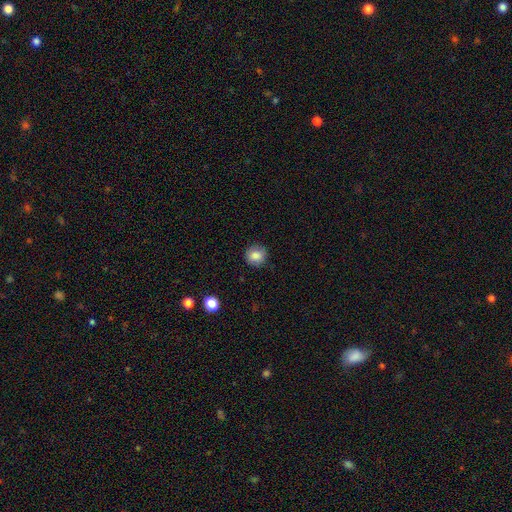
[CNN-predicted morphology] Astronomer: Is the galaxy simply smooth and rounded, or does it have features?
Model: smooth — 84%.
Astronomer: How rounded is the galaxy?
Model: round — 92%.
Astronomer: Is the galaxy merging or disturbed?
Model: none — 88%.